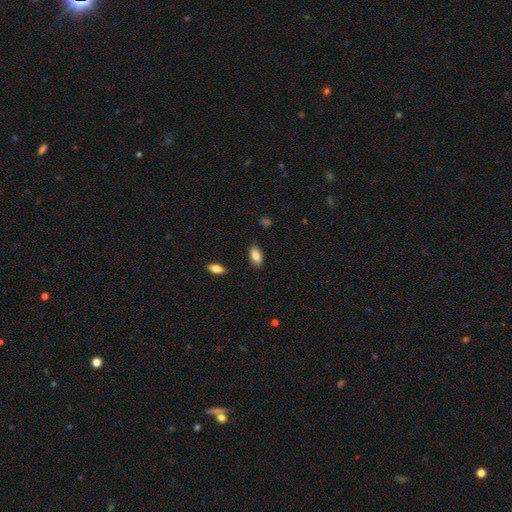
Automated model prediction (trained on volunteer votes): This is clearly a smooth galaxy (84%). How rounded: clearly in between (91%). Merging: clearly none (81%).